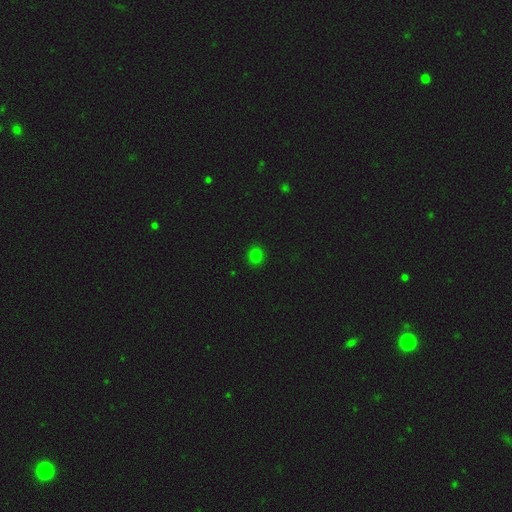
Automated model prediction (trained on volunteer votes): Overall: smooth (79%). How rounded: round (80%). Merging: none (91%).